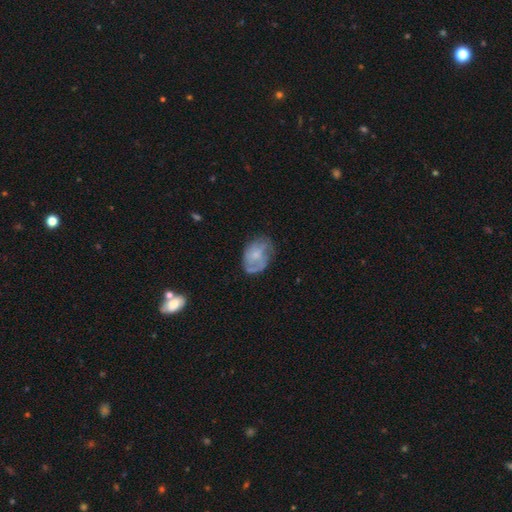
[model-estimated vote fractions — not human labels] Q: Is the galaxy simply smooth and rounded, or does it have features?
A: featured or disk — 50%.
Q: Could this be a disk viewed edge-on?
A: no — 97%.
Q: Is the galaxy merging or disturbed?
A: none — 52%.